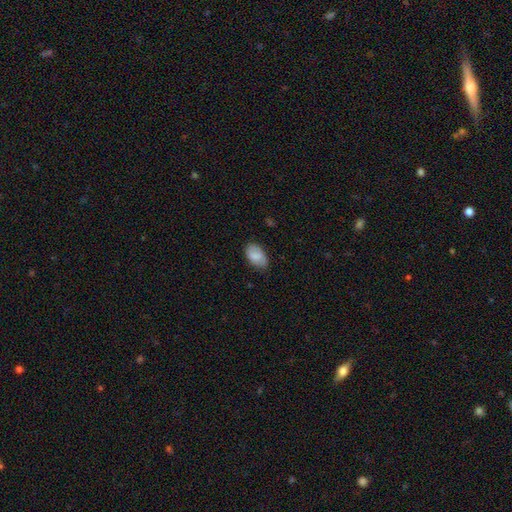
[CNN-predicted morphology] Smooth or featured? Predicted: smooth (p=0.82). How rounded? Predicted: in between (p=0.93). Merging? Predicted: none (p=0.75).